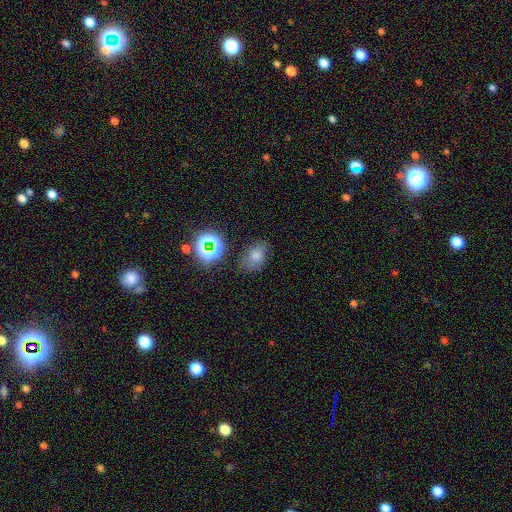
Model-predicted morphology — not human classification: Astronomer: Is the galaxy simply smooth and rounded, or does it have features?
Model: smooth — 71%.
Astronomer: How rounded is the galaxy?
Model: in between — 79%.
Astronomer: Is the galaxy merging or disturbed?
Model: none — 74%.